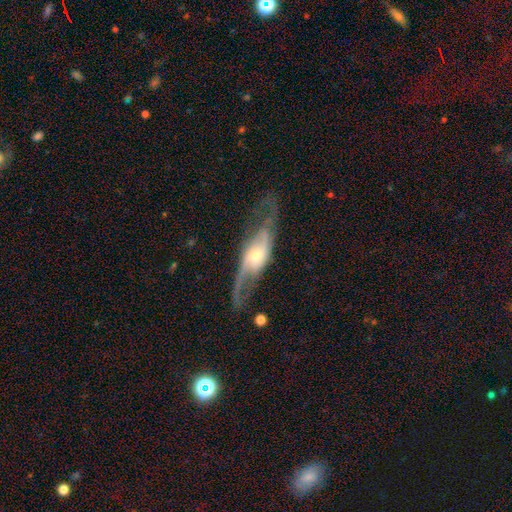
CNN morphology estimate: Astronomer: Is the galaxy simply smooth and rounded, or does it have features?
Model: featured or disk — 84%.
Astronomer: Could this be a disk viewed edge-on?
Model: no — 84%.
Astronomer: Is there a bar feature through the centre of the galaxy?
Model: no — 55% (runner-up: weak, 31%).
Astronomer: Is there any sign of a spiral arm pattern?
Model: yes — 92%.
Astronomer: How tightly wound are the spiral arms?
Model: loose — 52% (runner-up: medium, 36%).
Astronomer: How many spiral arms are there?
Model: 2 — 85%.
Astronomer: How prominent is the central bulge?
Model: moderate — 49% (runner-up: small, 43%).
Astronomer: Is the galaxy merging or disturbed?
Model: none — 65%.